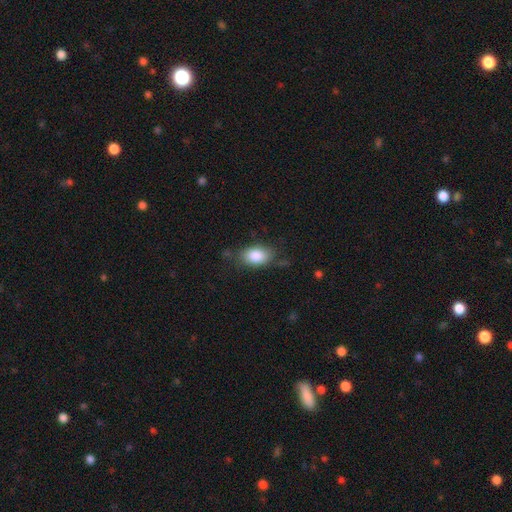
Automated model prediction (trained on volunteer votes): A smooth galaxy with no disk features (84%) that is in between round and cigar-shaped (88%). Merging: none (71%).